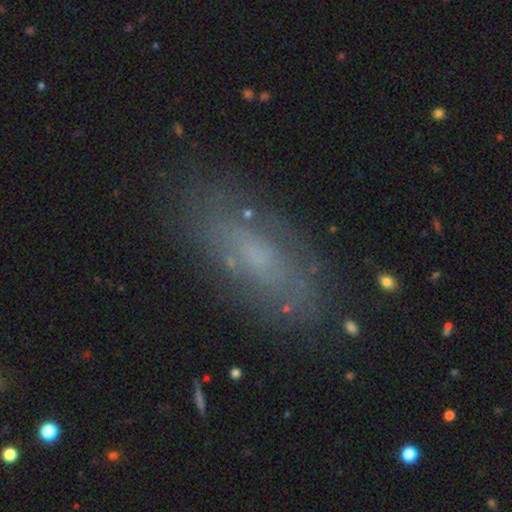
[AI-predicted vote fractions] Smooth or featured? Predicted: featured or disk (p=0.46). Merging? Predicted: none (p=0.79).